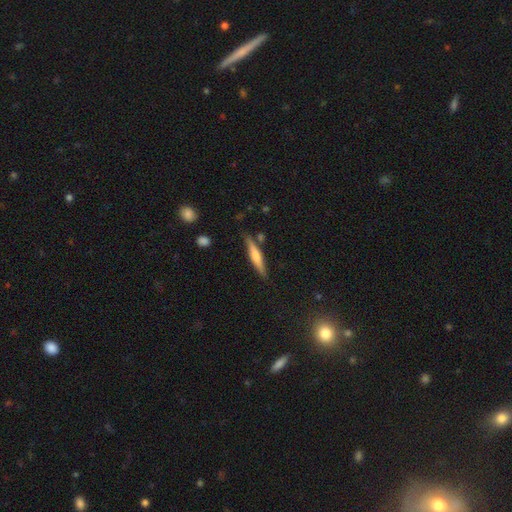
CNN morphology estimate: Smooth or featured? Predicted: featured or disk (p=0.47, tied with smooth). Merging? Predicted: none (p=0.83).